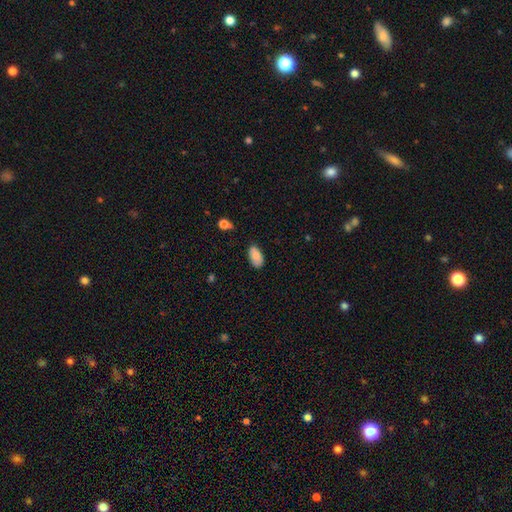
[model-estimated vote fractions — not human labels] Smooth or featured?
  - smooth: 82% *
  - featured or disk: 10%
  - star or artifact: 7%
How rounded?
  - in between: 94% *
  - round: 3%
  - cigar-shaped: 2%
Merging?
  - none: 76% *
  - minor disturbance: 19%
  - major disturbance: 3%
  - merger: 2%